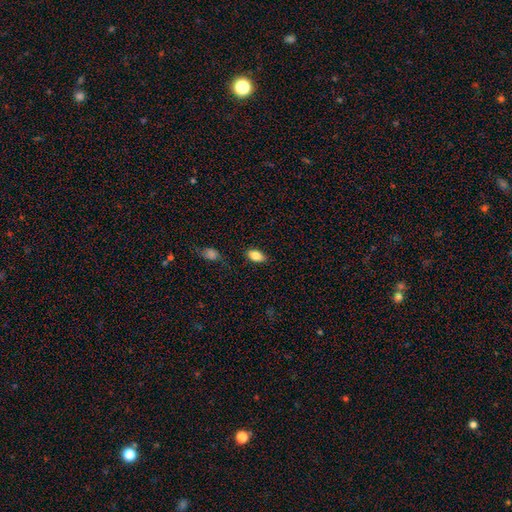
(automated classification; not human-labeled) Smooth or featured? smooth (84%)
How rounded? in between (91%)
Merging? none (84%)